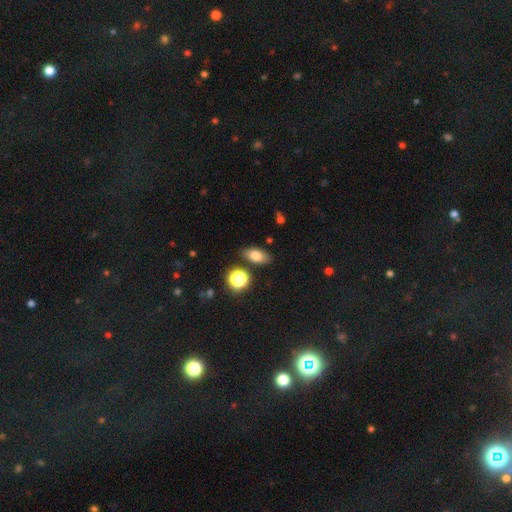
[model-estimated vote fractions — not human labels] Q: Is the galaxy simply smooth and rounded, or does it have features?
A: smooth — 76%.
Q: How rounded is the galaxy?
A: in between — 84%.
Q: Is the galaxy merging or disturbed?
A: none — 82%.